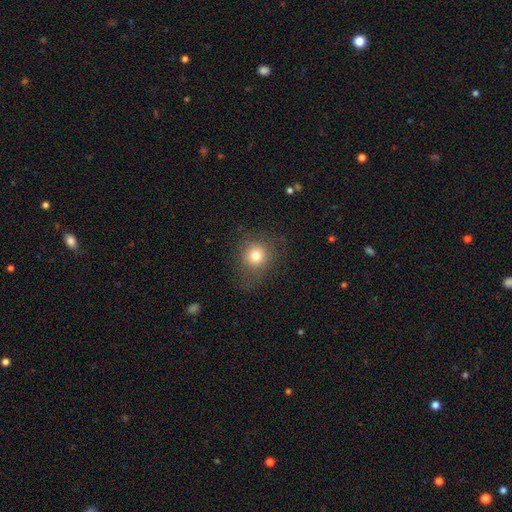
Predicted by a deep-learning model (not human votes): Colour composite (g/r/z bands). It shows a smooth galaxy with no disk features (77%) that is round (84%). Merging: none (77%).